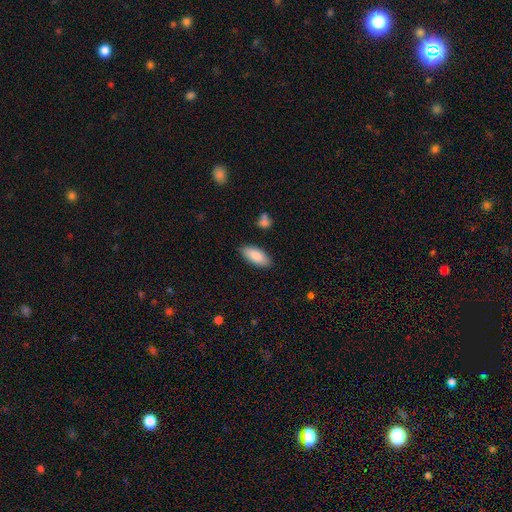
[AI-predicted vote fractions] Smooth or featured? smooth (87%)
How rounded? in between (86%)
Merging? none (87%)